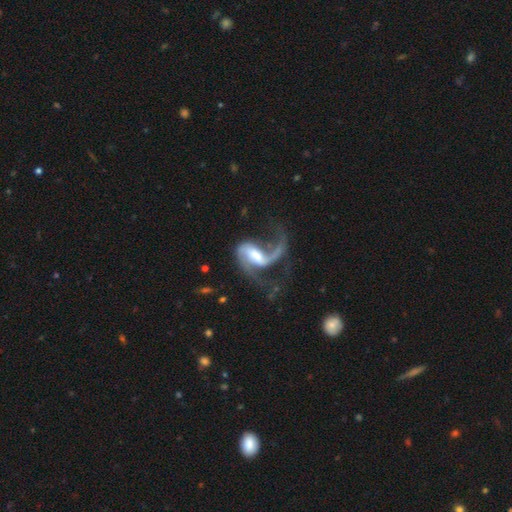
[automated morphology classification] Q: Smooth or featured?
A: featured or disk (87%); runner-up: smooth (8%)
Q: Edge-on disk?
A: no (97%); runner-up: yes (3%)
Q: Bar?
A: weak (43%); runner-up: strong (38%)
Q: Spiral arms?
A: yes (96%); runner-up: no (4%)
Q: Spiral winding?
A: loose (59%); runner-up: medium (33%)
Q: Spiral arm count?
A: 2 (66%); runner-up: 1 (26%)
Q: Bulge size?
A: moderate (35%); runner-up: large (27%)
Q: Merging?
A: major disturbance (45%); runner-up: none (35%)